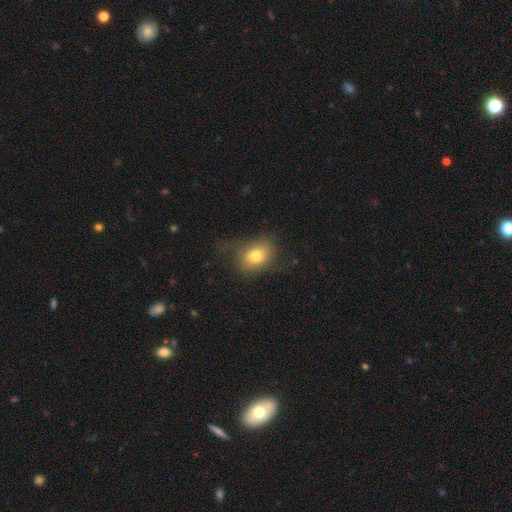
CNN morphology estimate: smooth 73%, featured or disk 17%, star or artifact 10%. Down the decision tree: how rounded — in between (67%); merging — none (53%).